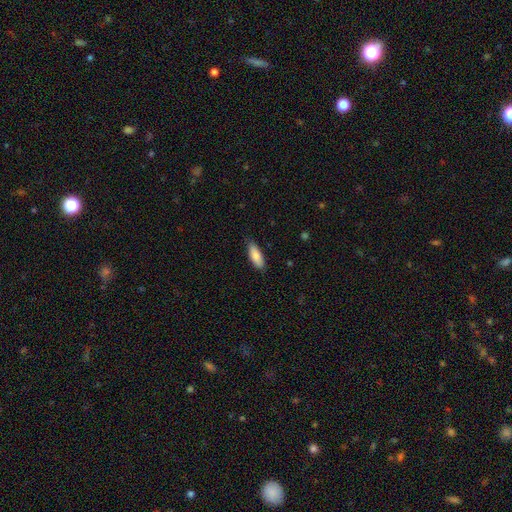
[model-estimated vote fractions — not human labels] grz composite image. It shows a smooth galaxy with no disk features (85%) that is in between round and cigar-shaped (72%). Merging: none (82%).